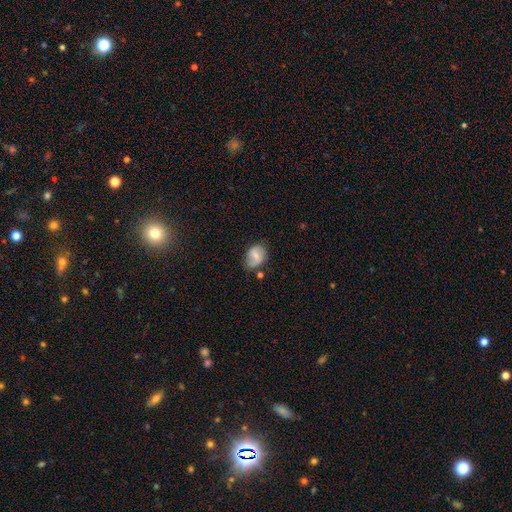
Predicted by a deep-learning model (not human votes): Overall: smooth (55%; featured or disk 37%). How rounded: in between (69%; round 30%). Merging: none (60%; minor disturbance 28%).